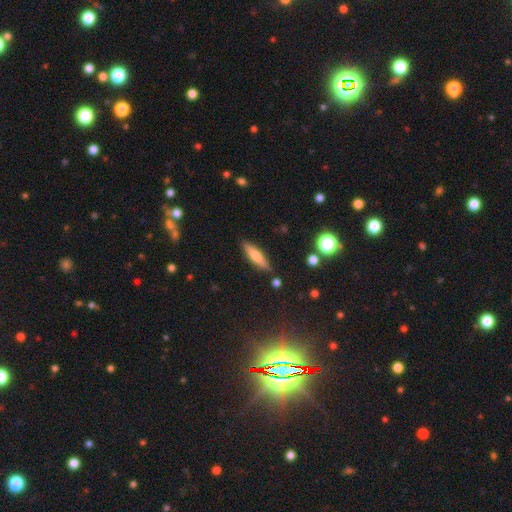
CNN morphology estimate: Q: Smooth or featured?
A: smooth (50%); runner-up: featured or disk (42%)
Q: How rounded?
A: cigar-shaped (74%); runner-up: in between (24%)
Q: Merging?
A: none (85%); runner-up: minor disturbance (10%)